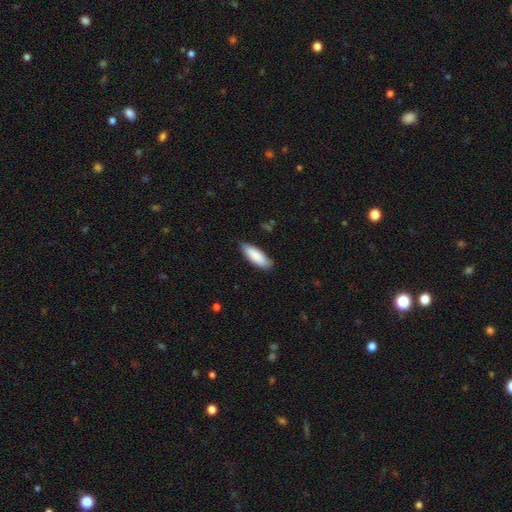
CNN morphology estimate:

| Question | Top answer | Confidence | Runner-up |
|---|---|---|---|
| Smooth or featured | smooth | 87% | featured or disk (8%) |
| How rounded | in between | 65% | cigar-shaped (34%) |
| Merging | none | 84% | minor disturbance (13%) |